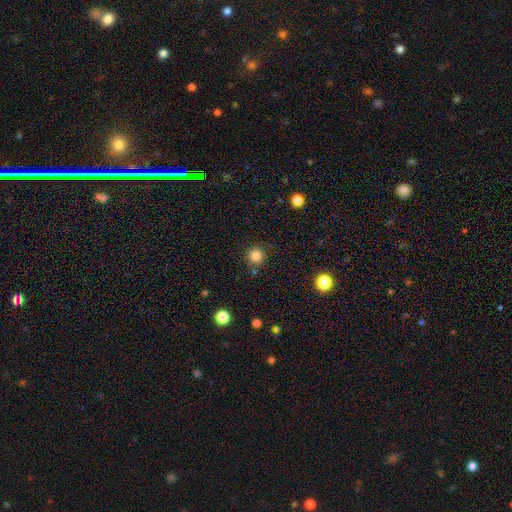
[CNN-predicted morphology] A smooth galaxy with no disk features (83%) that is round (94%).

Vote fractions:
- Smooth or featured? smooth: 83% / star or artifact: 13% / featured or disk: 4%
- How rounded? round: 94% / in between: 5% / cigar-shaped: 1%
- Merging? none: 87% / minor disturbance: 7% / merger: 3% / major disturbance: 2%